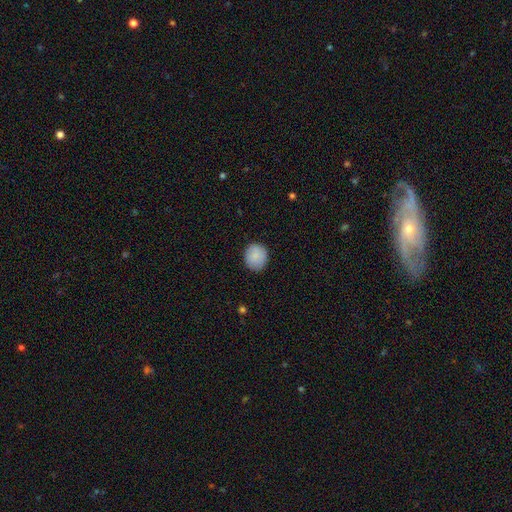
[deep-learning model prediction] Smooth or featured?
  - smooth: 88% *
  - star or artifact: 7%
  - featured or disk: 6%
How rounded?
  - round: 84% *
  - in between: 15%
  - cigar-shaped: 1%
Merging?
  - none: 88% *
  - minor disturbance: 9%
  - major disturbance: 2%
  - merger: 1%